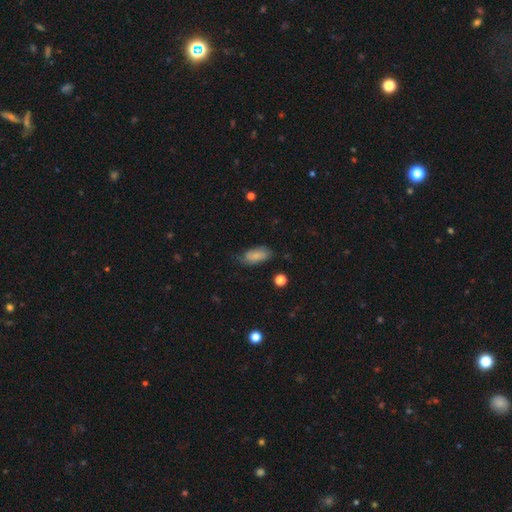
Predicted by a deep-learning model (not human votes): smooth 79%, featured or disk 14%, star or artifact 7%. Down the decision tree: how rounded — in between (89%); merging — none (67%).